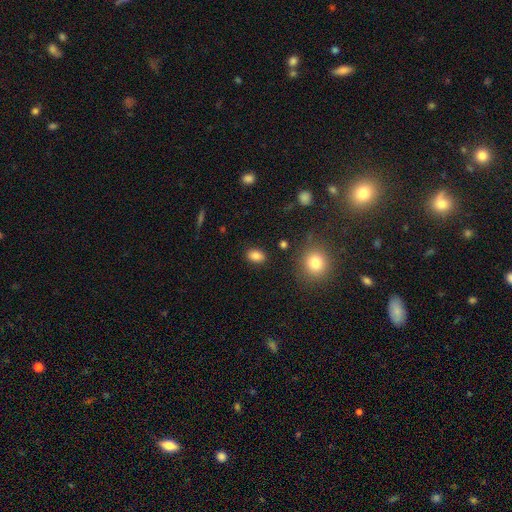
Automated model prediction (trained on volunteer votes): Smooth or featured: smooth — 84% (star or artifact — 10%)
How rounded: in between — 78% (round — 20%)
Merging: none — 86% (minor disturbance — 9%)